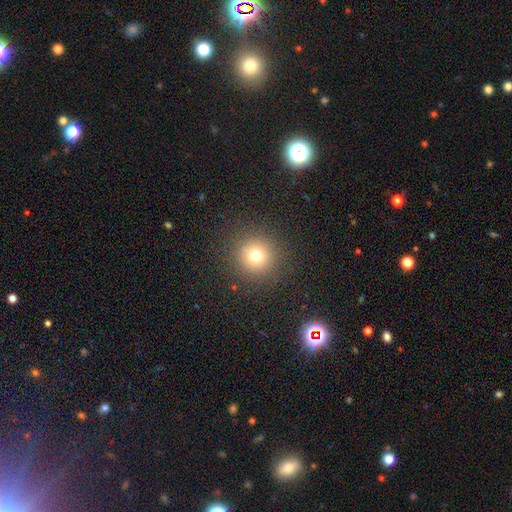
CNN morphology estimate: Smooth or featured? Predicted: smooth (p=0.73). How rounded? Predicted: round (p=0.95). Merging? Predicted: none (p=0.90).